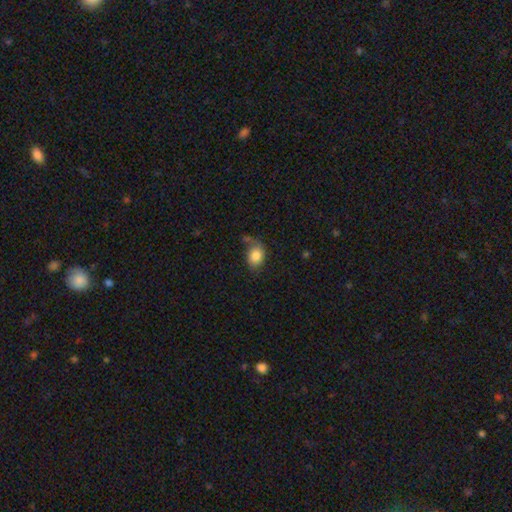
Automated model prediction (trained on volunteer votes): Morphology: type=smooth (80%); roundness=in between (63%); merging=none (48%).